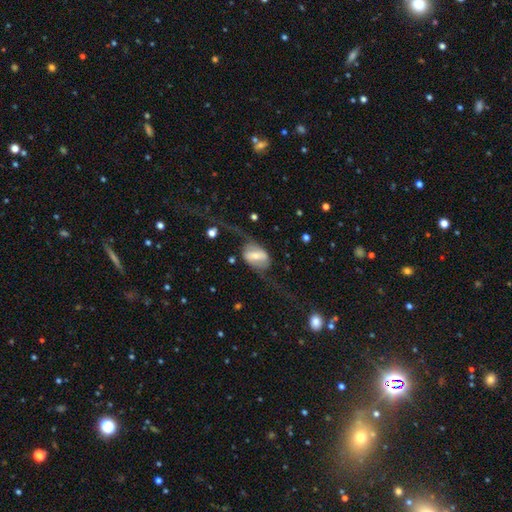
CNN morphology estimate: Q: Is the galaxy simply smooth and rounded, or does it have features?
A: featured or disk — 72%.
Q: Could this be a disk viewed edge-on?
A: no — 93%.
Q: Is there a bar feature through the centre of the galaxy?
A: strong — 53%.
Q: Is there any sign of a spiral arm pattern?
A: yes — 84%.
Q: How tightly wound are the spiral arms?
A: loose — 80%.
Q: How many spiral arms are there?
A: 2 — 91%.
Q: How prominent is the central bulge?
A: moderate — 44%.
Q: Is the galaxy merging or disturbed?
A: none — 44%.